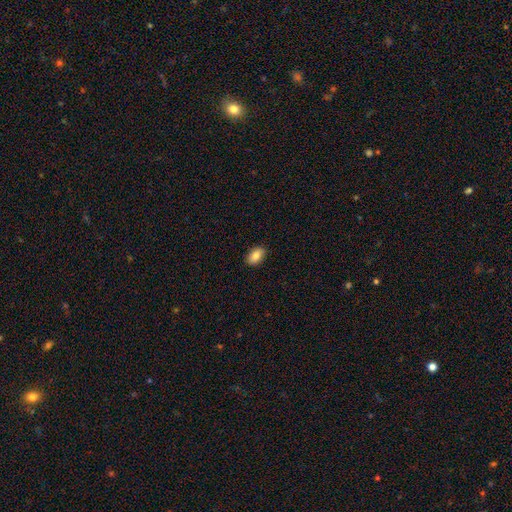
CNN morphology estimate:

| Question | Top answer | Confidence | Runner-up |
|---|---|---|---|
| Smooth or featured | smooth | 85% | star or artifact (8%) |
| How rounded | in between | 91% | round (7%) |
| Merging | none | 90% | minor disturbance (8%) |